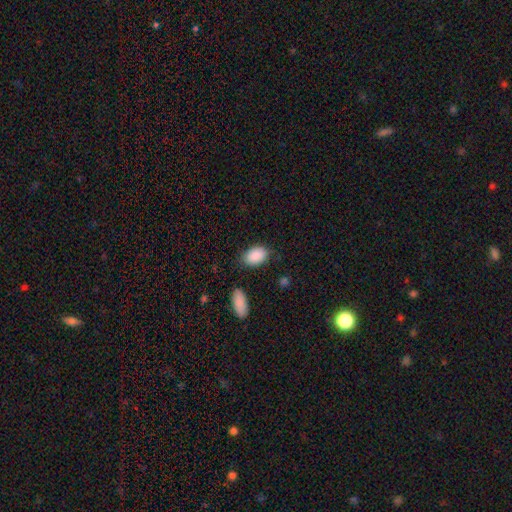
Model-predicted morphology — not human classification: Smooth or featured?
  - smooth: 90% *
  - star or artifact: 6%
  - featured or disk: 4%
How rounded?
  - in between: 89% *
  - round: 9%
  - cigar-shaped: 1%
Merging?
  - none: 77% *
  - minor disturbance: 15%
  - major disturbance: 4%
  - merger: 3%